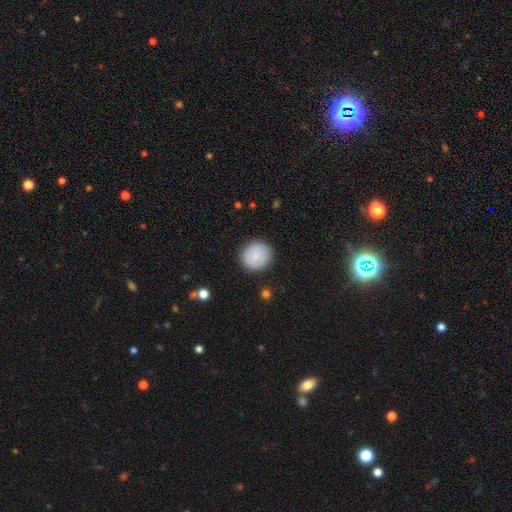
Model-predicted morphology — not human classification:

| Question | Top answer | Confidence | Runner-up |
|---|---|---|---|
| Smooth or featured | smooth | 72% | featured or disk (21%) |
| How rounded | round | 90% | in between (9%) |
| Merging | none | 88% | minor disturbance (8%) |